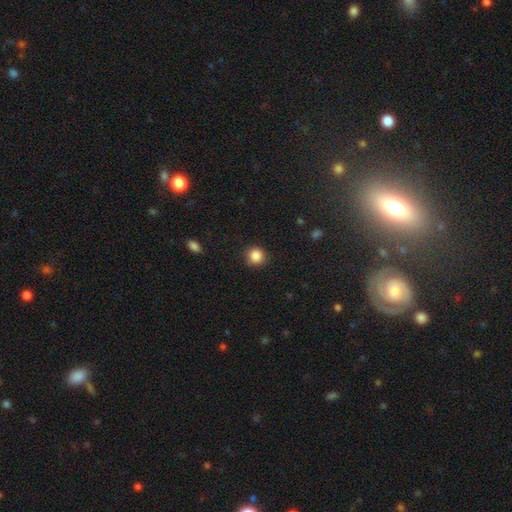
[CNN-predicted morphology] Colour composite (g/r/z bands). It shows a smooth galaxy with no disk features (87%) that is round (92%). Merging: none (87%).